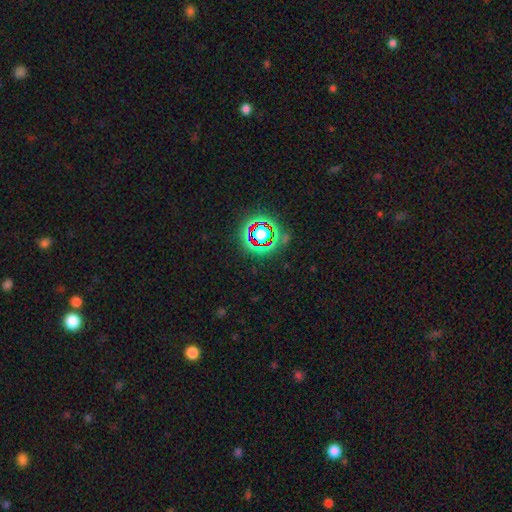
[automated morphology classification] The model was most divided on "smooth or featured": star or artifact: 65%, smooth: 21%, featured or disk: 13%.